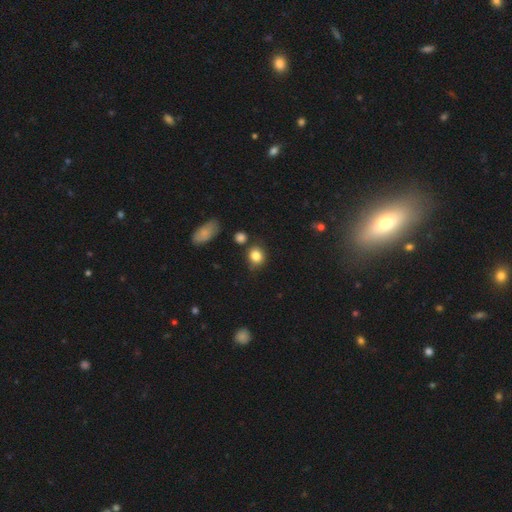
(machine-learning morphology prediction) A smooth galaxy with no disk features (83%) that is round (69%).

Vote fractions:
- Smooth or featured? smooth: 83% / star or artifact: 11% / featured or disk: 6%
- How rounded? round: 69% / in between: 29% / cigar-shaped: 1%
- Merging? none: 74% / minor disturbance: 16% / merger: 6% / major disturbance: 4%